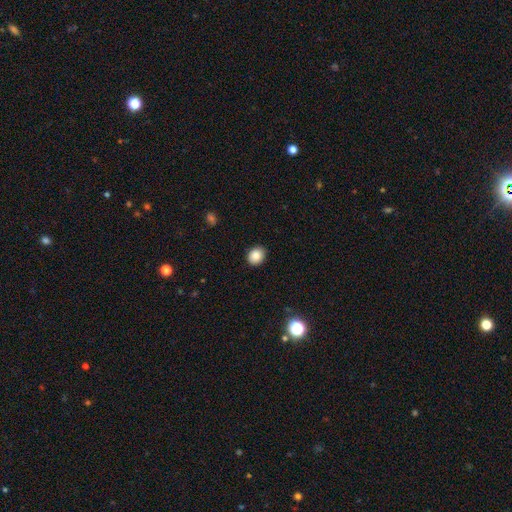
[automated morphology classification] Smooth or featured: smooth — 86% (star or artifact — 9%)
How rounded: round — 62% (in between — 37%)
Merging: none — 90% (minor disturbance — 7%)